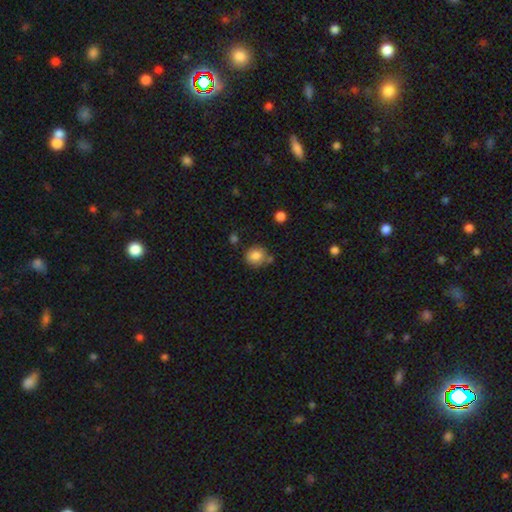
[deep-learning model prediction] This is clearly a smooth galaxy (84%). How rounded: clearly round (82%). Merging: likely none (67%).